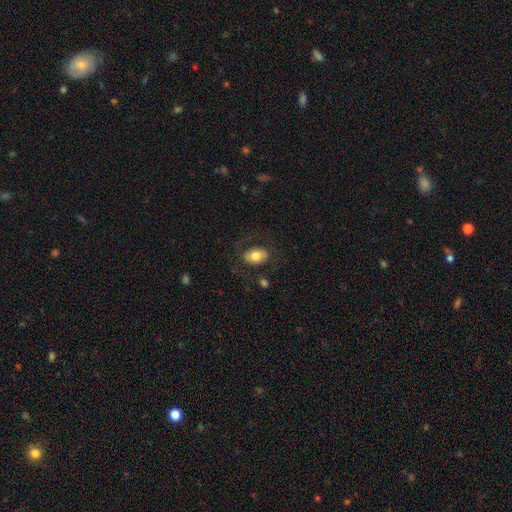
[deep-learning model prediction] This appears to be a smooth galaxy with no disk features (74%) that is in between round and cigar-shaped (81%). Merging: none (73%).